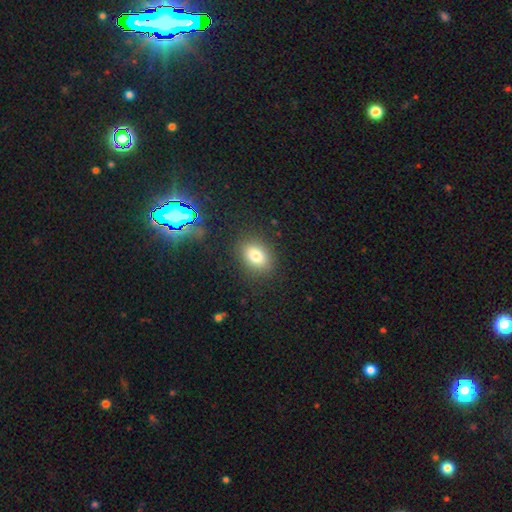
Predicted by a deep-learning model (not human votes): smooth 79%, star or artifact 12%, featured or disk 9%. Down the decision tree: how rounded — in between (72%); merging — none (85%).